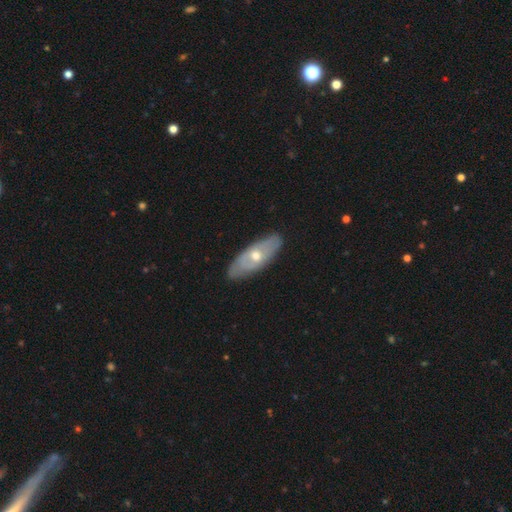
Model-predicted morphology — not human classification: smooth_or_featured: featured or disk (p=0.57) [alt: smooth p=0.38]
disk_edge_on: no (p=0.75) [alt: yes p=0.25]
merging: none (p=0.83) [alt: minor disturbance p=0.14]